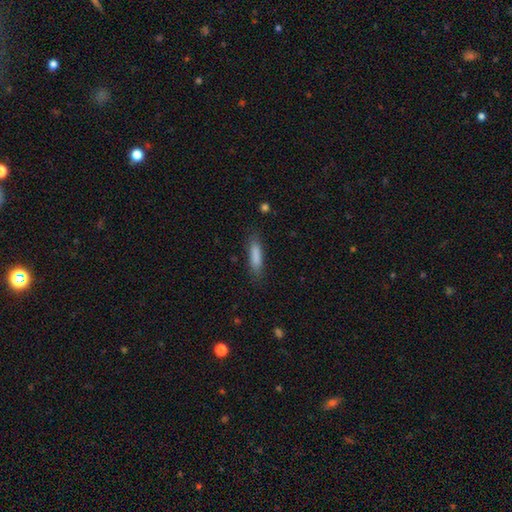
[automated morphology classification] Smooth or featured?
  - smooth: 84% *
  - featured or disk: 9%
  - star or artifact: 7%
How rounded?
  - cigar-shaped: 74% *
  - in between: 25%
  - round: 2%
Merging?
  - none: 82% *
  - minor disturbance: 13%
  - major disturbance: 3%
  - merger: 2%